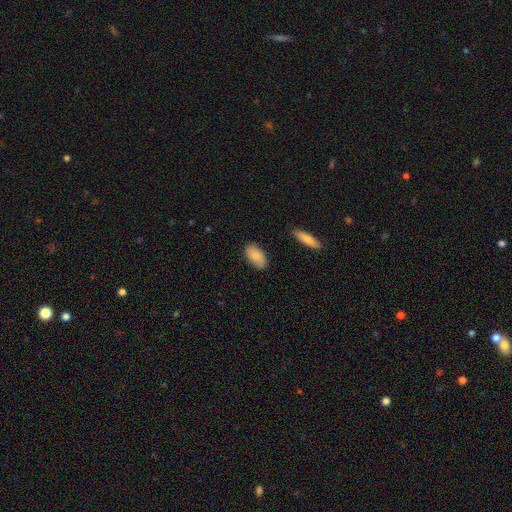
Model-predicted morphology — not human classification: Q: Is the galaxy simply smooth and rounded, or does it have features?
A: smooth — 83%.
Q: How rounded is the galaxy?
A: in between — 93%.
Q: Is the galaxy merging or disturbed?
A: none — 84%.